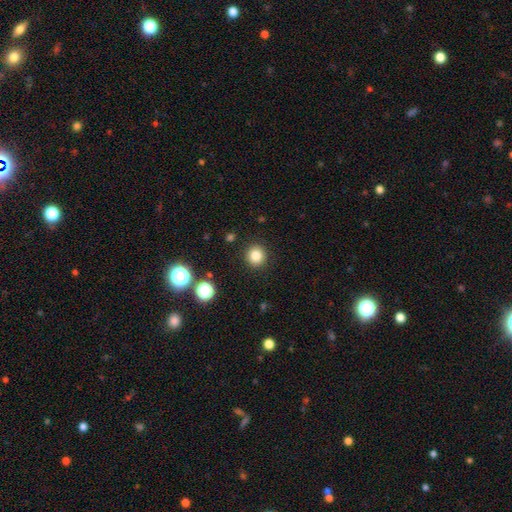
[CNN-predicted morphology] Smooth or featured?
  - smooth: 83% *
  - star or artifact: 12%
  - featured or disk: 5%
How rounded?
  - round: 91% *
  - in between: 8%
  - cigar-shaped: 1%
Merging?
  - none: 91% *
  - minor disturbance: 5%
  - major disturbance: 2%
  - merger: 1%